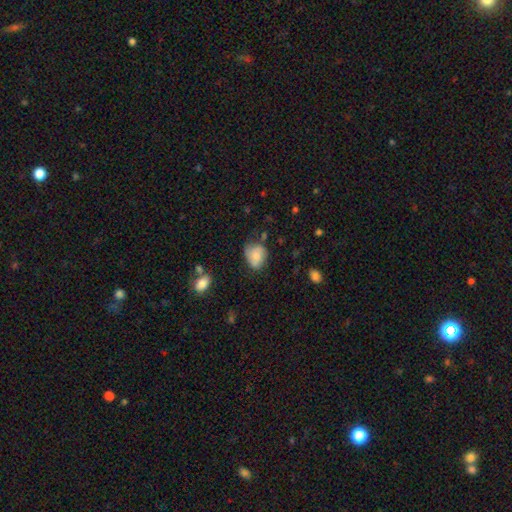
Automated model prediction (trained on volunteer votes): Smooth or featured: smooth — 72% (featured or disk — 19%)
How rounded: in between — 53% (round — 46%)
Merging: none — 49% (minor disturbance — 35%)